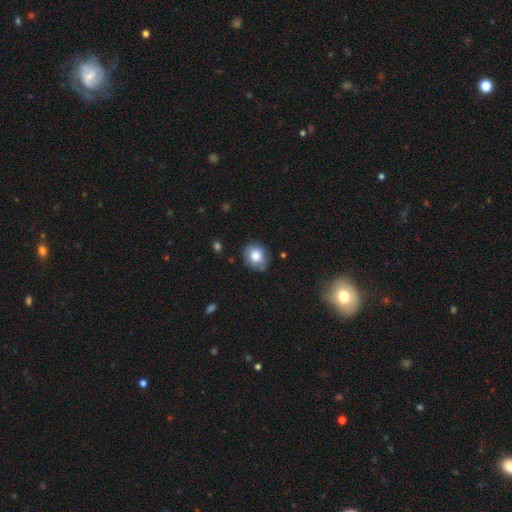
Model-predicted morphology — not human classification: A smooth galaxy with no disk features (78%) that is round (74%). Merging: none (78%).